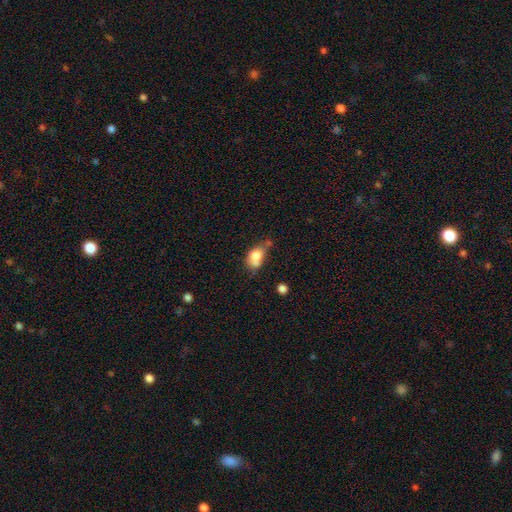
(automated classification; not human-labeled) Overall: smooth (74%). How rounded: in between (72%). Merging: merger (35%; none 30%).